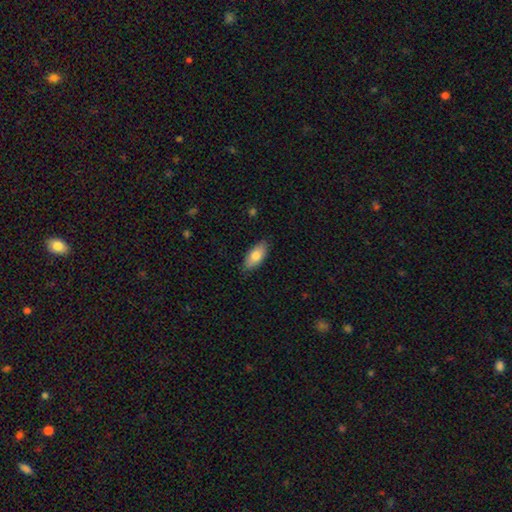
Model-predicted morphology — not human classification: A smooth galaxy with no disk features (80%) that is in between round and cigar-shaped (87%). Merging: none (84%).